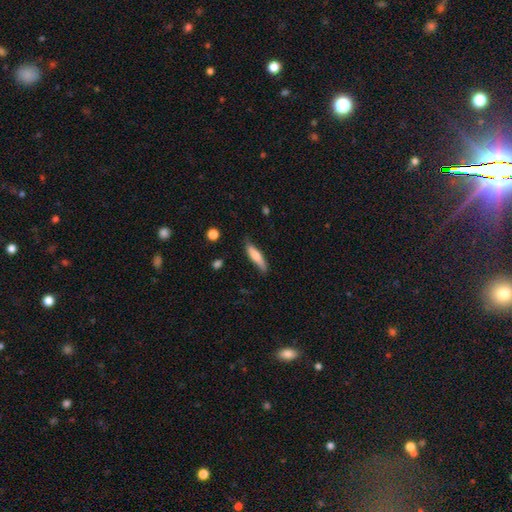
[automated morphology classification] A smooth galaxy with no disk features (71%) that is cigar-shaped (75%). Merging: none (74%).